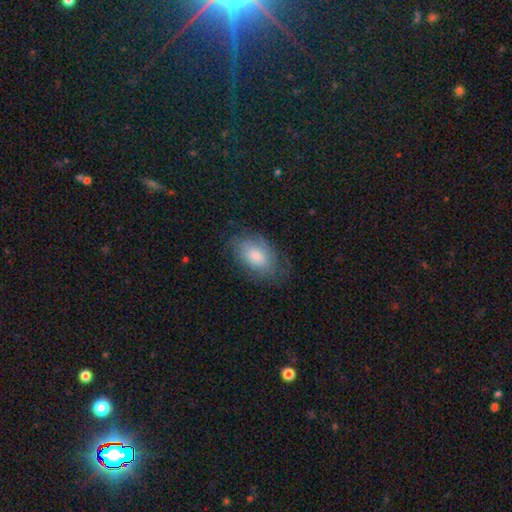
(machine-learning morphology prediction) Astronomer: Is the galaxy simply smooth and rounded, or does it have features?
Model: smooth — 61%.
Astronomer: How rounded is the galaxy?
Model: in between — 90%.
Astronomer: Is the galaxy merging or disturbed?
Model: none — 69%.